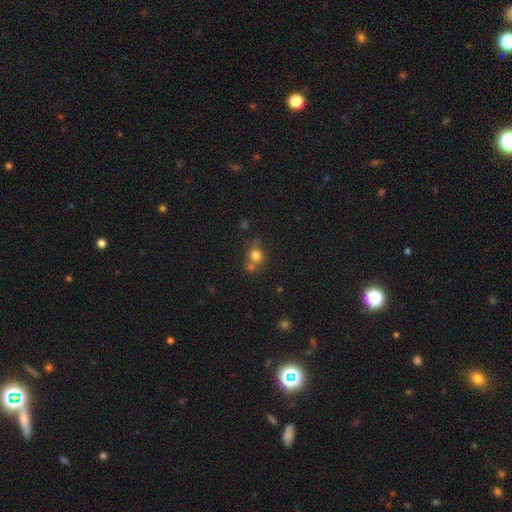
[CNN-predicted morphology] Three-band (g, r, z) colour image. It shows a smooth galaxy with no disk features (74%) that is round (78%). Merging: none (49%).